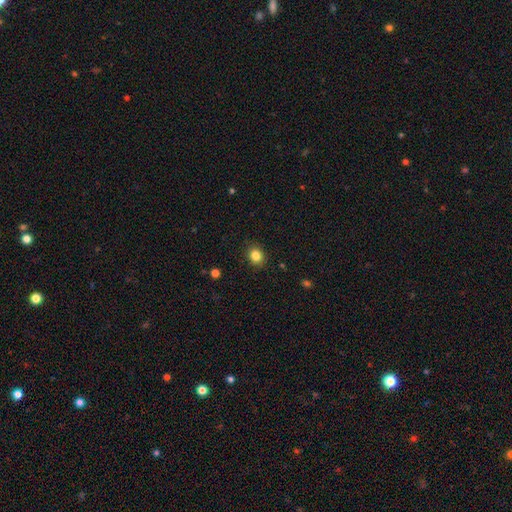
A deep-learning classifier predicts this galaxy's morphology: Smooth or featured? smooth (84%)
How rounded? round (64%)
Merging? none (89%)